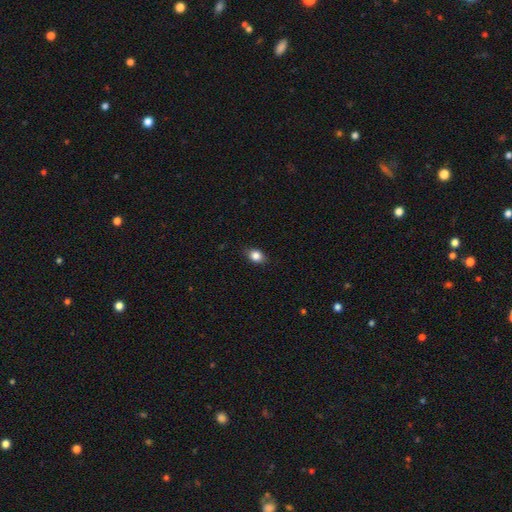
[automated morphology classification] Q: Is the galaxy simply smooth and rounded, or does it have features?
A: smooth — 82%.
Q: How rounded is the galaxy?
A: in between — 67%.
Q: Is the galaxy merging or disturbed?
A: none — 84%.